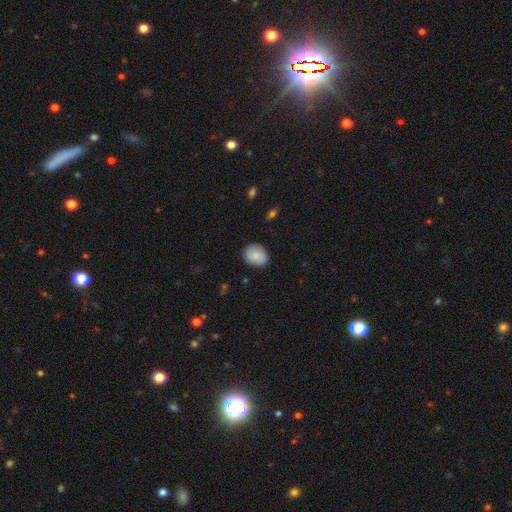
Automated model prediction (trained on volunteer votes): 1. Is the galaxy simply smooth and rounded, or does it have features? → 83% smooth, 10% featured or disk, 7% star or artifact.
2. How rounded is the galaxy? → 59% in between, 40% round, 1% cigar-shaped.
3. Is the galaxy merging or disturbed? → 81% none, 15% minor disturbance, 3% major disturbance, 1% merger.